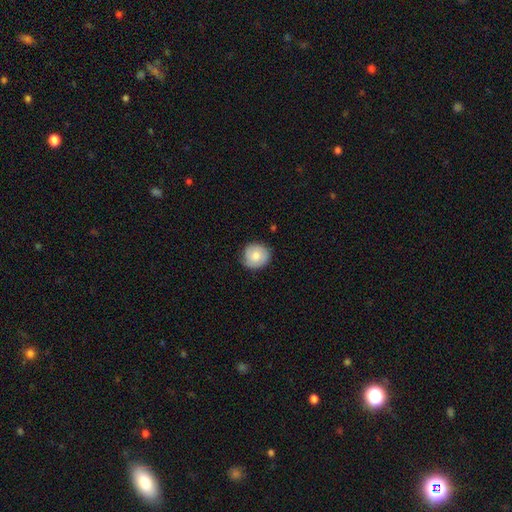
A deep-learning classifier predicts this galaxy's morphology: Smooth or featured?
  - smooth: 76% *
  - featured or disk: 17%
  - star or artifact: 7%
How rounded?
  - round: 87% *
  - in between: 12%
  - cigar-shaped: 1%
Merging?
  - none: 79% *
  - minor disturbance: 17%
  - major disturbance: 3%
  - merger: 1%